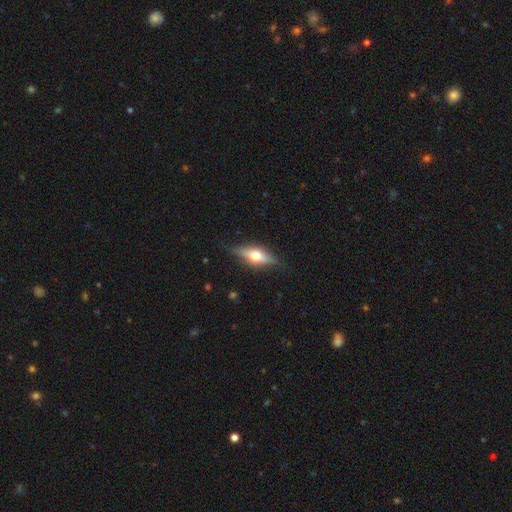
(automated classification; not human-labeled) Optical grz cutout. It shows a featured or disk galaxy (63%) viewed edge-on (93%) with a rounded central bulge (94%). Merging: none (85%).